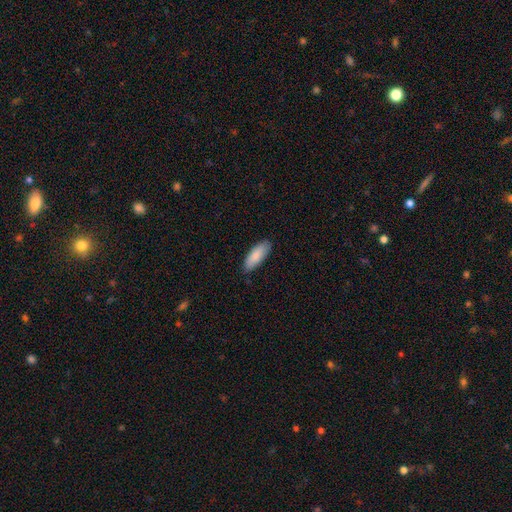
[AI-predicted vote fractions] Smooth or featured? Predicted: smooth (p=0.86). How rounded? Predicted: in between (p=0.74). Merging? Predicted: none (p=0.83).